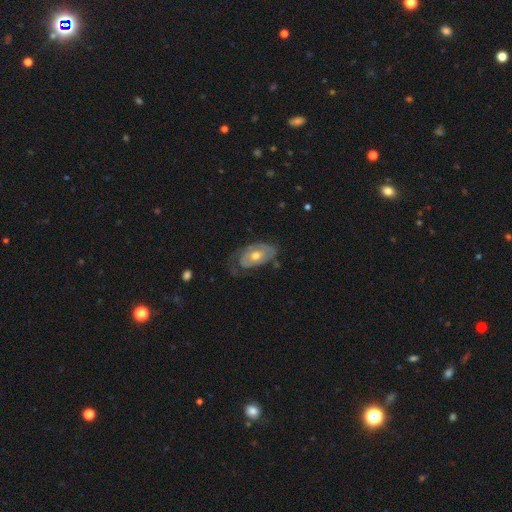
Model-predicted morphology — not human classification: smooth_or_featured: featured or disk (p=0.64) [alt: smooth p=0.30]
disk_edge_on: no (p=0.92) [alt: yes p=0.08]
bar: no (p=0.82) [alt: weak p=0.15]
has_spiral_arms: yes (p=0.60) [alt: no p=0.40]
bulge_size: moderate (p=0.73) [alt: small p=0.19]
merging: none (p=0.47) [alt: minor disturbance p=0.29]